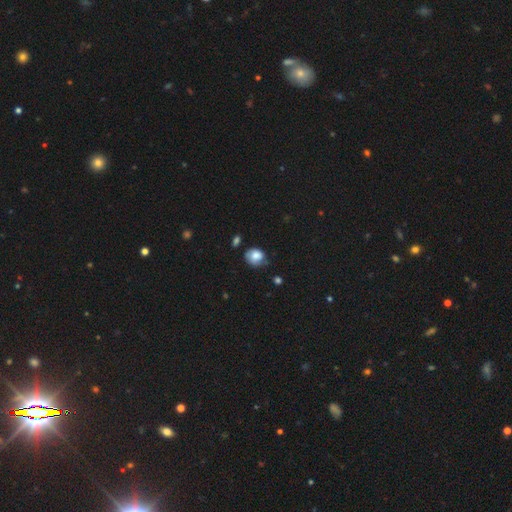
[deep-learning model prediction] This is likely a smooth galaxy (76%). How rounded: likely round (66%). Merging: possibly none (51%).